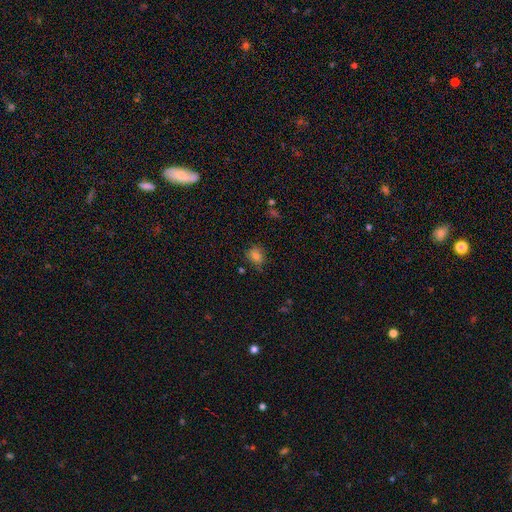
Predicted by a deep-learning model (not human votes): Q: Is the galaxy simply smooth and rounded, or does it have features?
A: smooth — 78%.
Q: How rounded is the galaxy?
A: round — 58%.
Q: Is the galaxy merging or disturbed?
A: none — 73%.